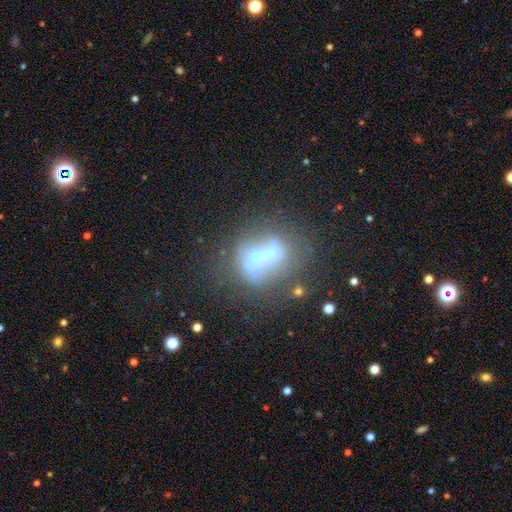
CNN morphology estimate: smooth-or-featured: featured or disk: 53% | smooth: 30% | star or artifact: 17%
  disk-edge-on: no: 91% | yes: 9%
  merging: none: 31% | merger: 28% | major disturbance: 26% | minor disturbance: 15%